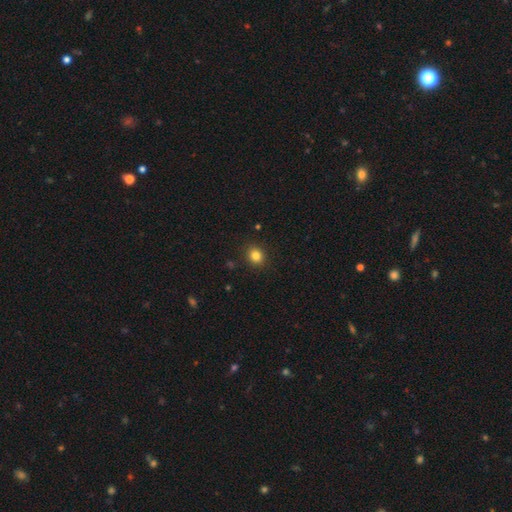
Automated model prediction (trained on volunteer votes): smooth-or-featured: smooth: 83% | star or artifact: 12% | featured or disk: 5%
  how-rounded: round: 75% | in between: 24% | cigar-shaped: 1%
  merging: none: 91% | minor disturbance: 6% | major disturbance: 2% | merger: 1%